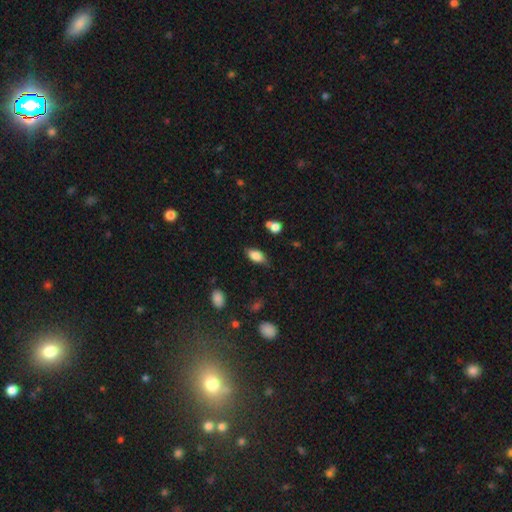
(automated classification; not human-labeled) Smooth or featured? smooth (79%)
How rounded? in between (88%)
Merging? none (67%)